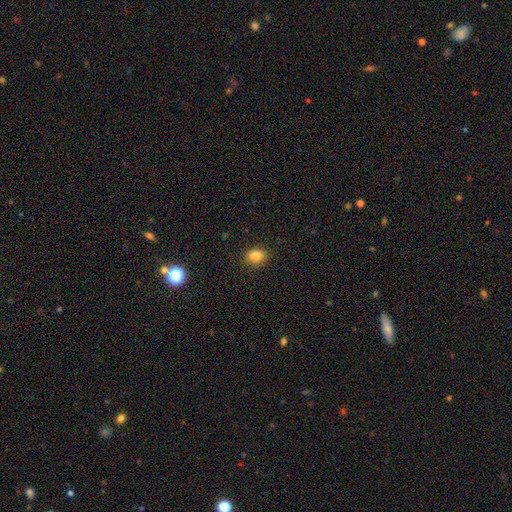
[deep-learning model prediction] Smooth or featured? Predicted: smooth (p=0.84). How rounded? Predicted: in between (p=0.56). Merging? Predicted: none (p=0.88).